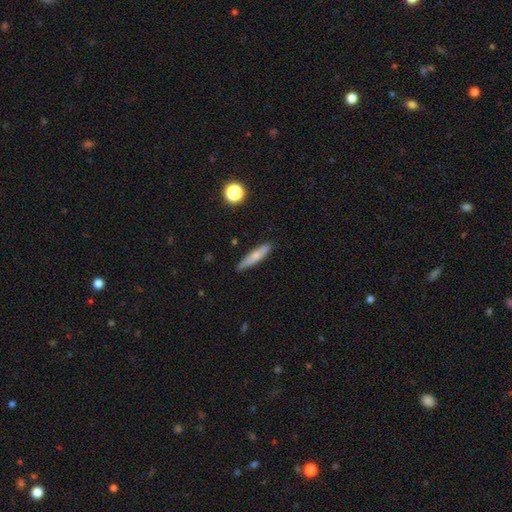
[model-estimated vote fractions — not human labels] Morphology: type=smooth (67%); roundness=cigar-shaped (86%); merging=none (85%).